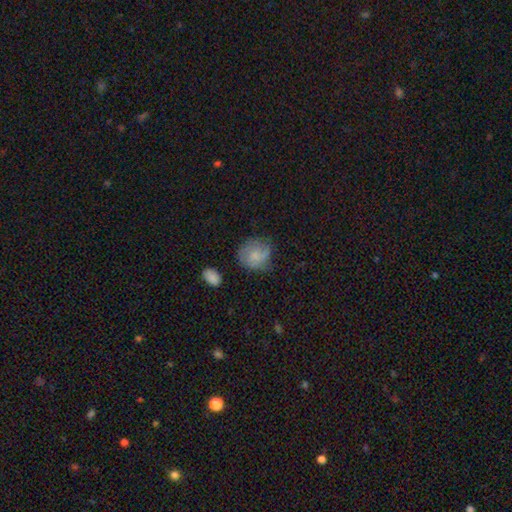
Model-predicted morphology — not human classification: This is possibly a smooth galaxy (58%). How rounded: likely round (75%). Merging: likely none (60%).